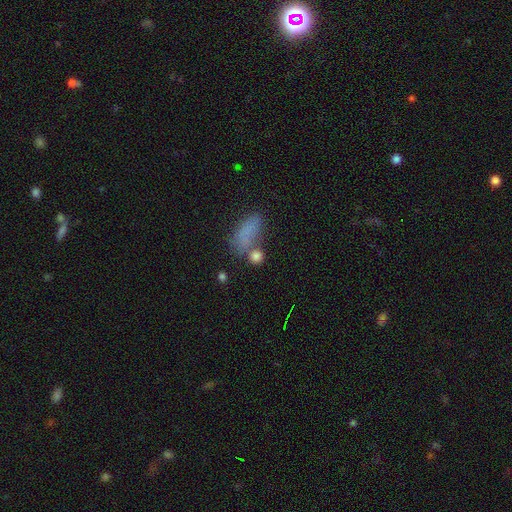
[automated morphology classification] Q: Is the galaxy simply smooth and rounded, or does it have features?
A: smooth — 78%.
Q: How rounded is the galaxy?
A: round — 69%.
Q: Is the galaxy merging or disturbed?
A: none — 56%.